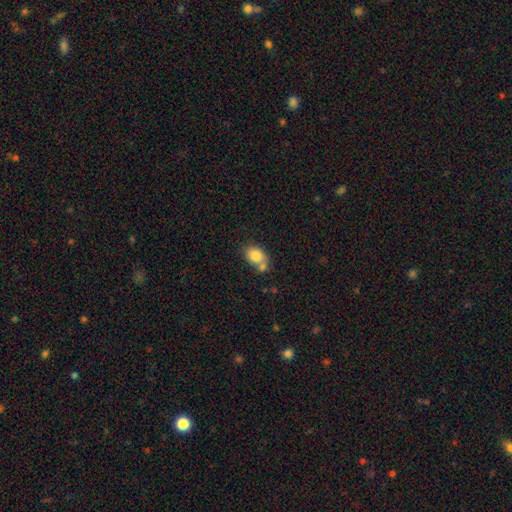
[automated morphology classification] Smooth or featured? Predicted: smooth (p=0.81). How rounded? Predicted: in between (p=0.71). Merging? Predicted: none (p=0.48).